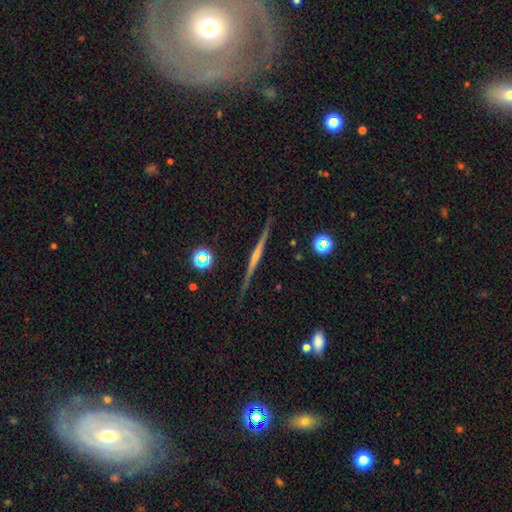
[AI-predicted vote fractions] smooth-or-featured: featured or disk: 74% | smooth: 18% | star or artifact: 8%
  disk-edge-on: yes: 98% | no: 2%
    edge-on-bulge: none: 50% | rounded: 35% | boxy: 16%
  merging: none: 88% | minor disturbance: 8% | major disturbance: 2% | merger: 2%